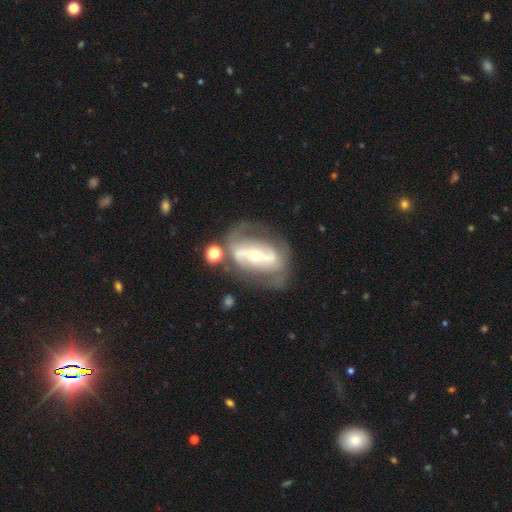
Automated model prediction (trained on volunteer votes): Smooth or featured? featured or disk (81%)
Edge-on disk? no (91%)
Bar? strong (62%)
Spiral arms? yes (70%)
Spiral winding? medium (39%)
Spiral arm count? 2 (73%)
Bulge size? small (51%)
Merging? none (57%)